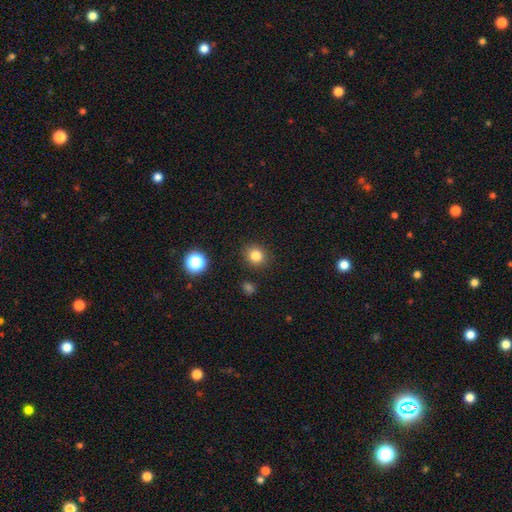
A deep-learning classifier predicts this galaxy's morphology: smooth-or-featured: smooth: 82% | star or artifact: 13% | featured or disk: 5%
  how-rounded: round: 80% | in between: 19% | cigar-shaped: 1%
  merging: none: 88% | minor disturbance: 7% | major disturbance: 2% | merger: 2%